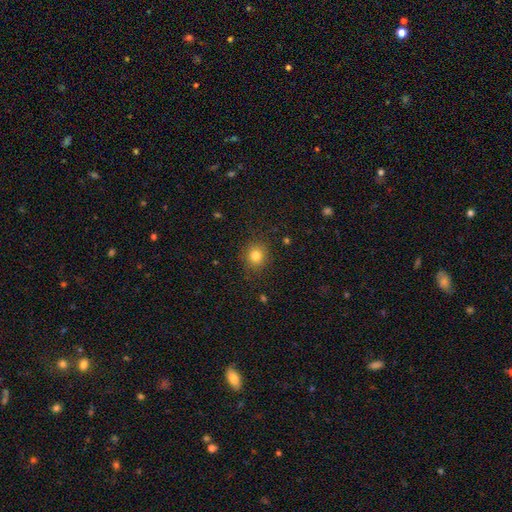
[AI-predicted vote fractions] A smooth galaxy with no disk features (81%) that is round (84%).

Vote fractions:
- Smooth or featured? smooth: 81% / star or artifact: 13% / featured or disk: 6%
- How rounded? round: 84% / in between: 15% / cigar-shaped: 1%
- Merging? none: 88% / minor disturbance: 8% / major disturbance: 3% / merger: 1%